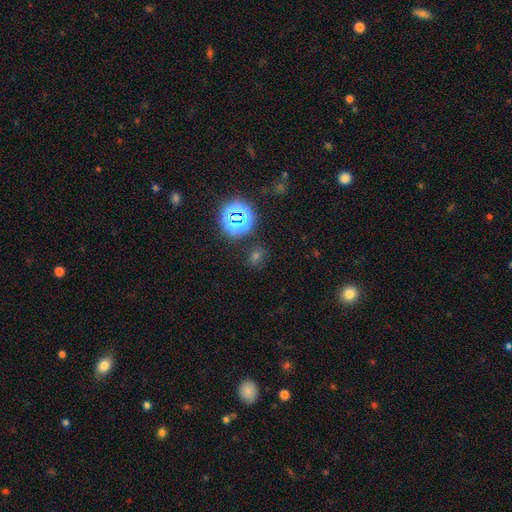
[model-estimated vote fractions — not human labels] smooth-or-featured: star or artifact: 51% | smooth: 40% | featured or disk: 8%